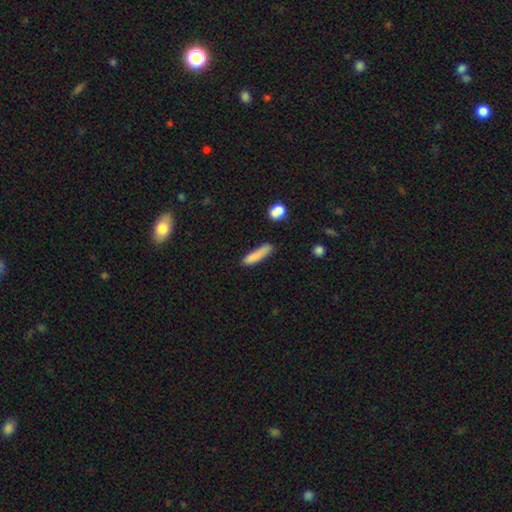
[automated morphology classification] A smooth galaxy with no disk features (83%) that is cigar-shaped (83%). Merging: none (70%).